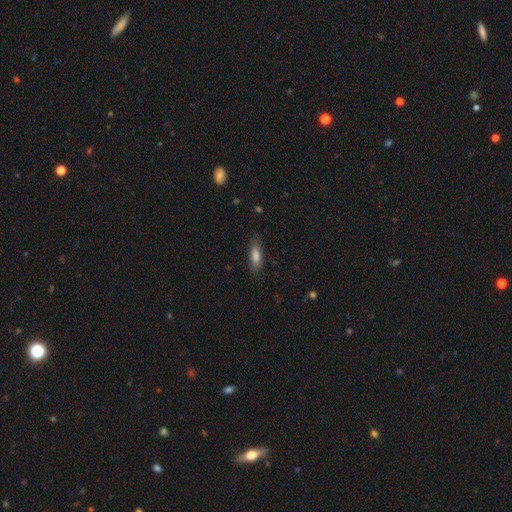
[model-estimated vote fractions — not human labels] Smooth or featured? smooth (76%)
How rounded? in between (50%)
Merging? none (83%)